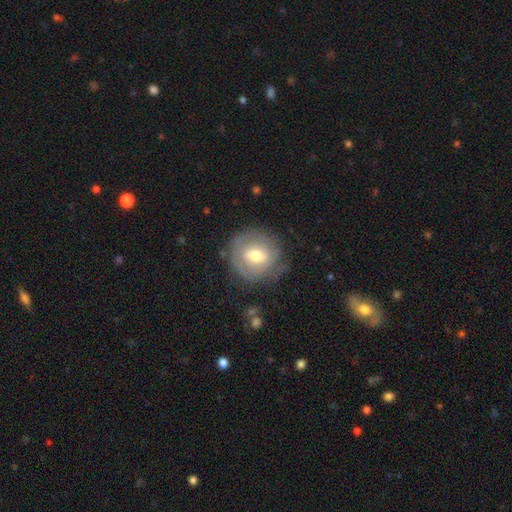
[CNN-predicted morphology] The model was most divided on "smooth or featured": featured or disk: 50%, smooth: 43%, star or artifact: 7%. More confident: edge-on disk — no (95%); merging — none (69%).